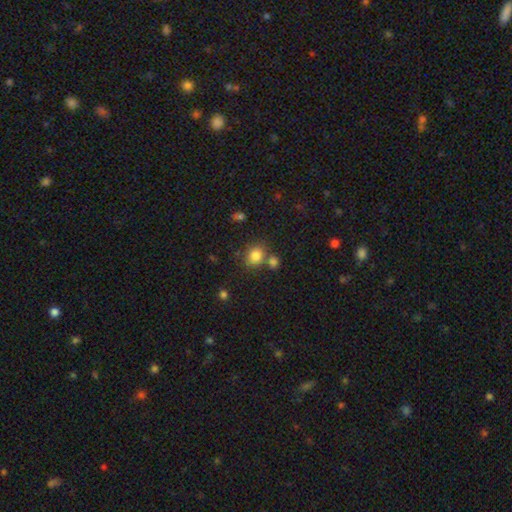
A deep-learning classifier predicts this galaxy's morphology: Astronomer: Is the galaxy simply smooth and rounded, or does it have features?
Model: smooth — 82%.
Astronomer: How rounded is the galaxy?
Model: round — 65%.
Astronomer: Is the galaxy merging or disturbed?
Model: none — 63%.